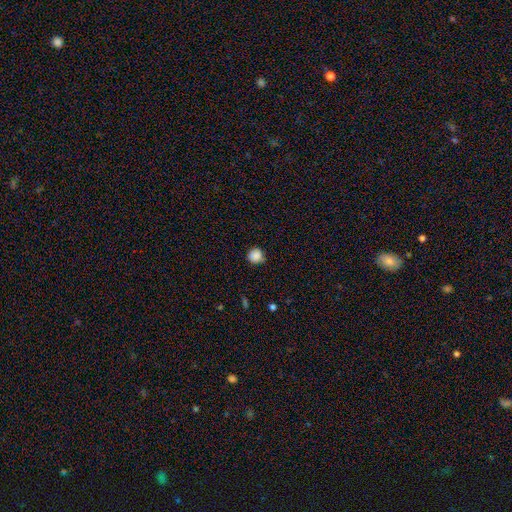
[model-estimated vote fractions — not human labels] Overall: smooth (87%). How rounded: round (92%). Merging: none (84%).